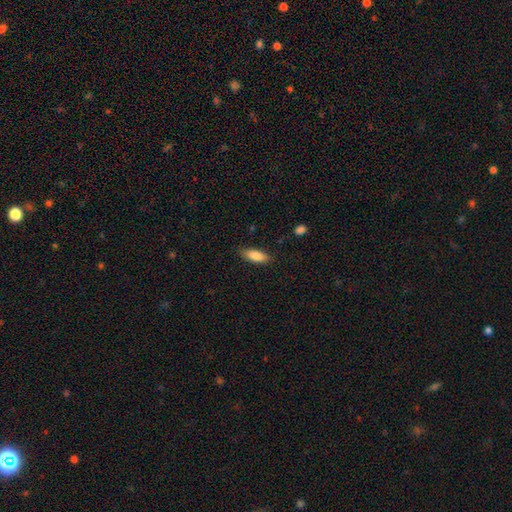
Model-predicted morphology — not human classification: A smooth galaxy with no disk features (85%) that is in between round and cigar-shaped (67%). Merging: none (82%).